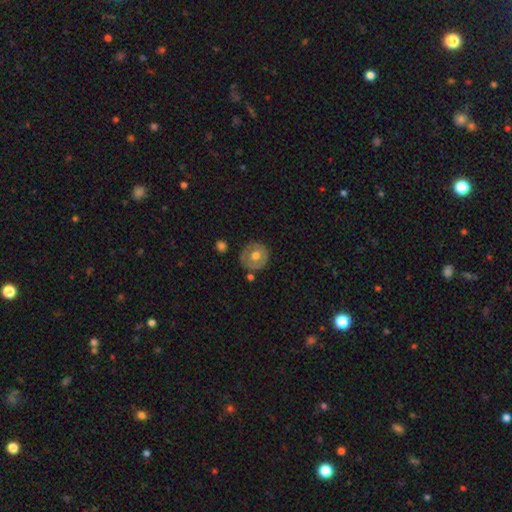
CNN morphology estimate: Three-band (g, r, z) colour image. It shows a smooth galaxy with no disk features (57%) that is round (91%). Merging: none (79%).